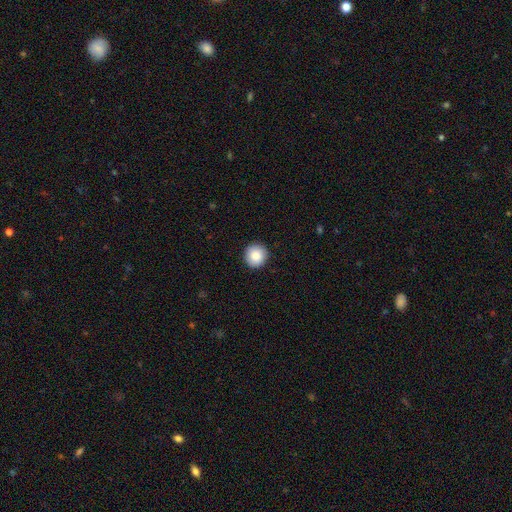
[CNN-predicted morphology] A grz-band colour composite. It shows a smooth galaxy with no disk features (87%) that is round (95%). Merging: none (91%).